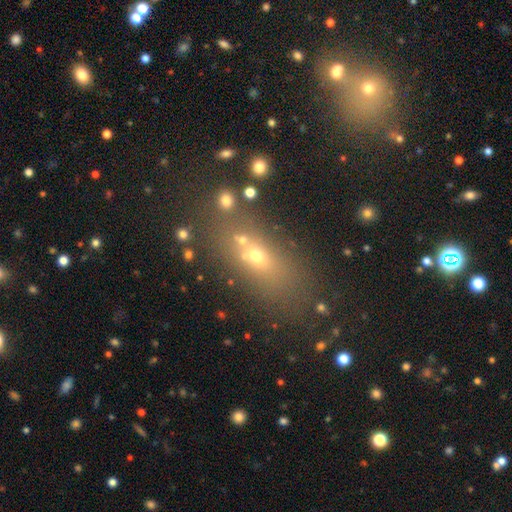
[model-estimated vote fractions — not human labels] smooth 55%, star or artifact 24%, featured or disk 21%. Down the decision tree: how rounded — in between (60%); merging — none (62%).